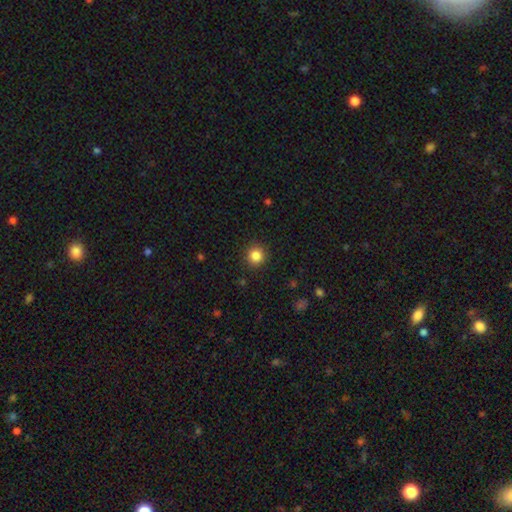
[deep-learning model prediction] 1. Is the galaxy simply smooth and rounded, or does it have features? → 85% smooth, 11% star or artifact, 4% featured or disk.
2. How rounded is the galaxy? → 93% round, 6% in between, 1% cigar-shaped.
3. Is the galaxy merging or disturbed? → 91% none, 6% minor disturbance, 2% major disturbance, 1% merger.